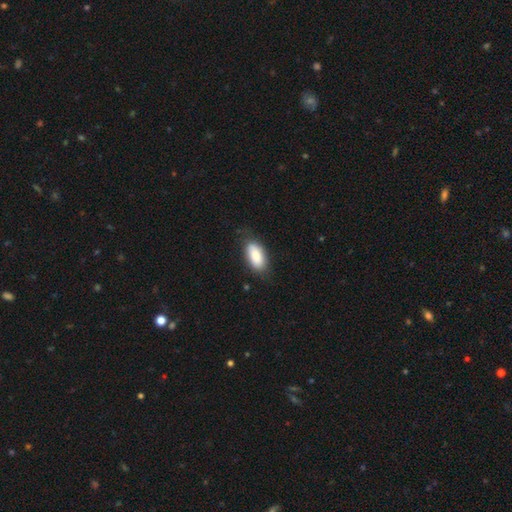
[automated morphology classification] smooth 85%, featured or disk 9%, star or artifact 6%. Down the decision tree: how rounded — in between (90%); merging — none (75%).